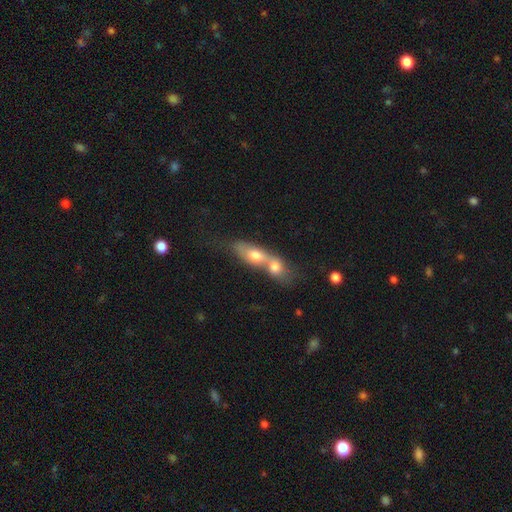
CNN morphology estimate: The model was most divided on "smooth or featured": smooth: 60%, featured or disk: 31%, star or artifact: 9%. More confident: merging — merger (78%); how rounded — in between (56%).